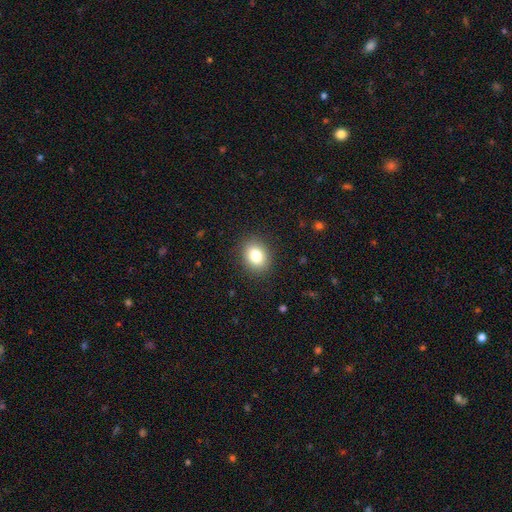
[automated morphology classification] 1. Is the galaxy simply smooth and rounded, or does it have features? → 81% smooth, 10% star or artifact, 9% featured or disk.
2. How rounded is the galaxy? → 52% in between, 48% round, 1% cigar-shaped.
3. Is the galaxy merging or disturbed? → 88% none, 8% minor disturbance, 3% major disturbance, 1% merger.